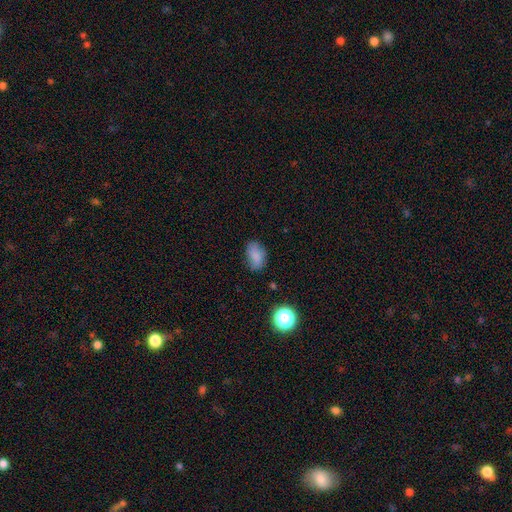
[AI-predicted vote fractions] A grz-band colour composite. It shows a smooth galaxy with no disk features (78%) that is in between round and cigar-shaped (84%). Merging: none (64%).